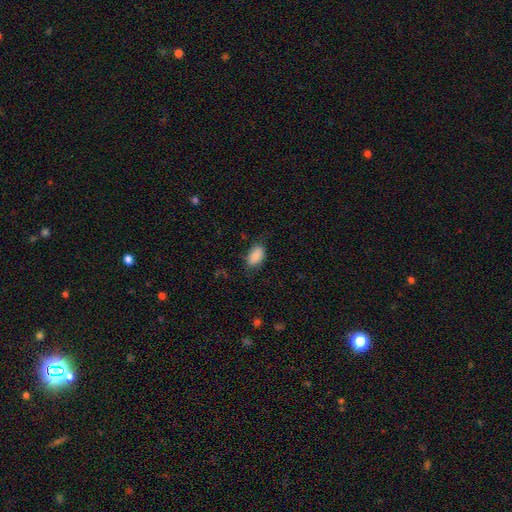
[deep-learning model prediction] Smooth or featured? smooth (86%)
How rounded? in between (93%)
Merging? none (71%)